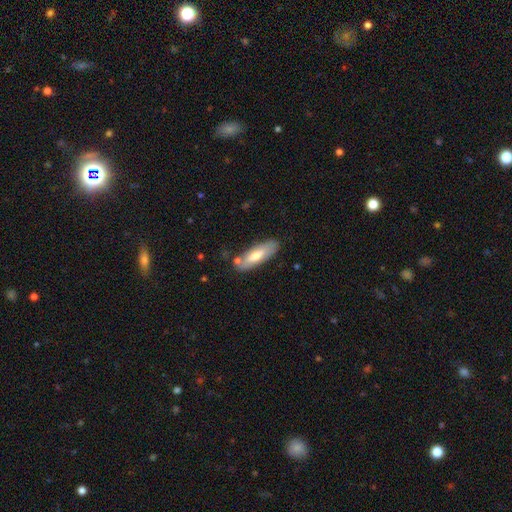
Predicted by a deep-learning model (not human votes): Smooth or featured? Predicted: smooth (p=0.60). How rounded? Predicted: in between (p=0.58). Merging? Predicted: none (p=0.77).